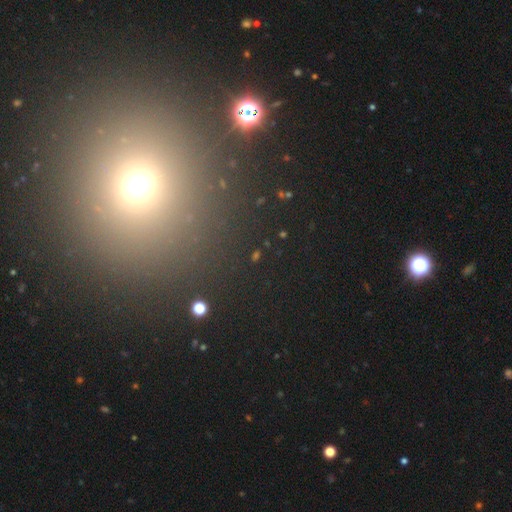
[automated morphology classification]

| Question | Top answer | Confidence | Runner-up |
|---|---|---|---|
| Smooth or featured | star or artifact | 60% | smooth (27%) |